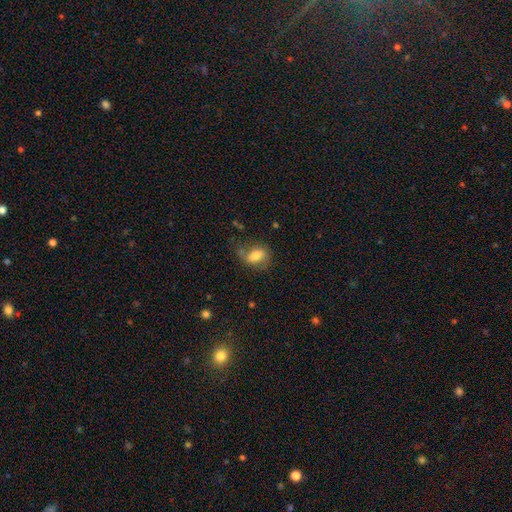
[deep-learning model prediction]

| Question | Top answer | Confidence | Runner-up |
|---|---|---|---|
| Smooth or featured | smooth | 66% | featured or disk (25%) |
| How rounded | in between | 68% | round (31%) |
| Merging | none | 58% | minor disturbance (25%) |